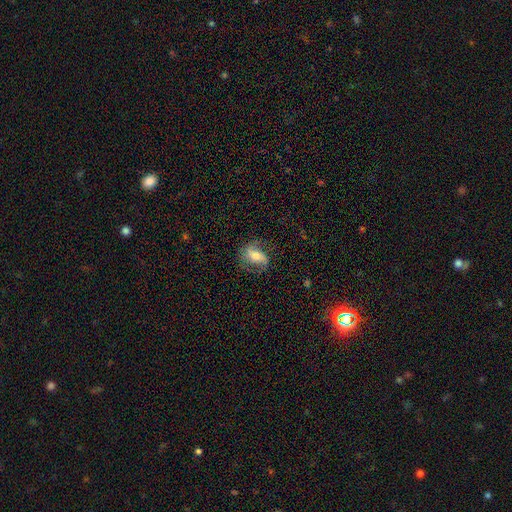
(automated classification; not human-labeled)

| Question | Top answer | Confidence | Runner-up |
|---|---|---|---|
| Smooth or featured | featured or disk | 57% | smooth (35%) |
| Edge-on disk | no | 93% | yes (7%) |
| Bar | strong | 34% | weak (33%) |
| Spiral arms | yes | 82% | no (18%) |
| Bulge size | moderate | 61% | small (24%) |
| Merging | none | 67% | minor disturbance (20%) |